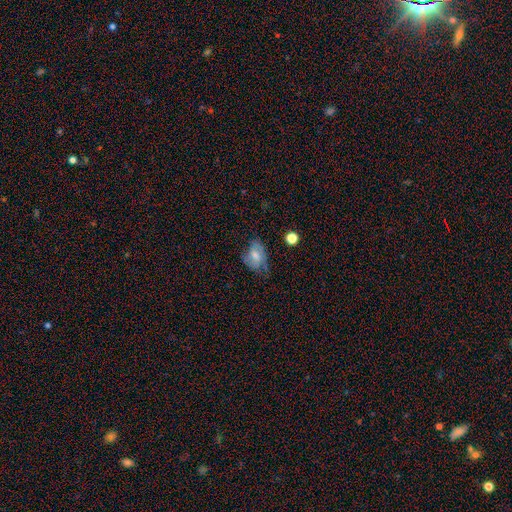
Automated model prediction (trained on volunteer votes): Morphology: type=smooth (58%); roundness=in between (81%); merging=none (49%).